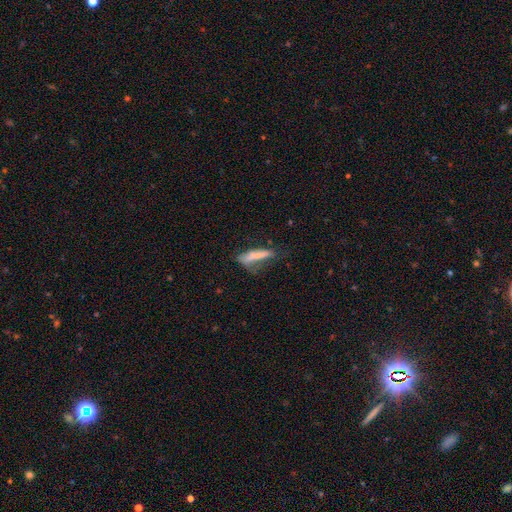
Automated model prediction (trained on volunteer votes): Smooth or featured: smooth — 67% (featured or disk — 24%)
How rounded: cigar-shaped — 80% (in between — 18%)
Merging: none — 41% (minor disturbance — 27%)